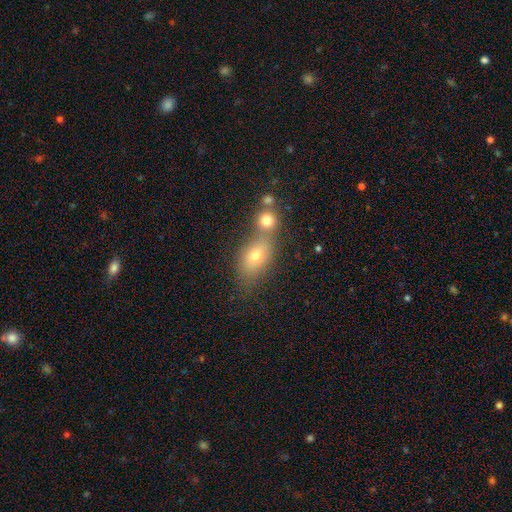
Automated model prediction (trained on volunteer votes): Smooth or featured: smooth — 64% (featured or disk — 18%)
How rounded: in between — 63% (round — 28%)
Merging: none — 48% (merger — 38%)